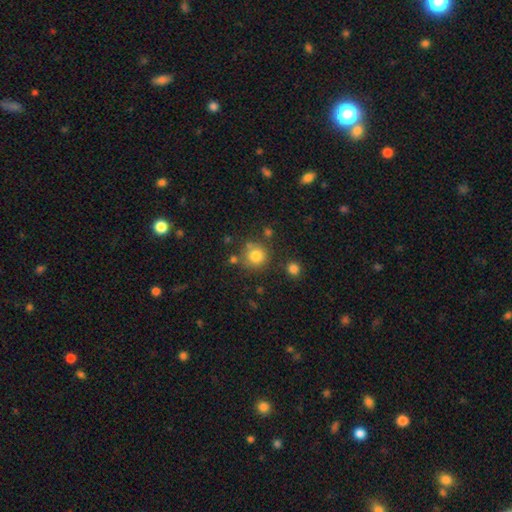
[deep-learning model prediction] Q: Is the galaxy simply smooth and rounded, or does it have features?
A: smooth — 80%.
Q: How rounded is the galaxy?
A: round — 92%.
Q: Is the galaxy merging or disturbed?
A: none — 74%.